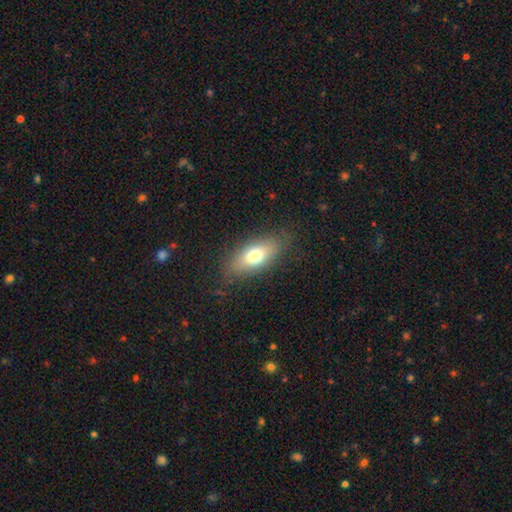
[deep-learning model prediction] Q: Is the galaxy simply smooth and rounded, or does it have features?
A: smooth — 72%.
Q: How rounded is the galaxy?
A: in between — 82%.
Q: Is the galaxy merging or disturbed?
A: none — 82%.